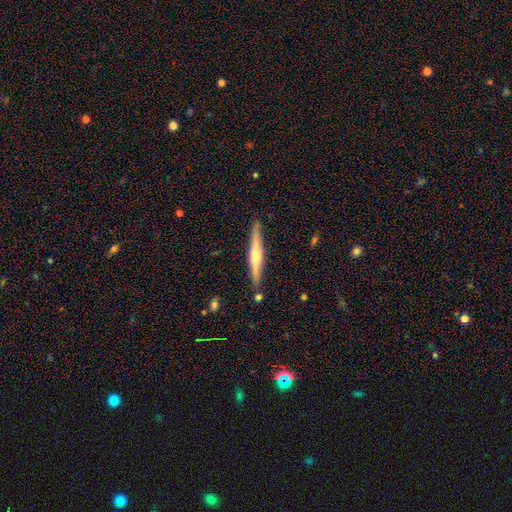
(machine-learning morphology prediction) featured or disk 69%, smooth 25%, star or artifact 6%. Down the decision tree: edge-on disk — yes (98%); edge-on bulge — rounded (84%); merging — none (88%).